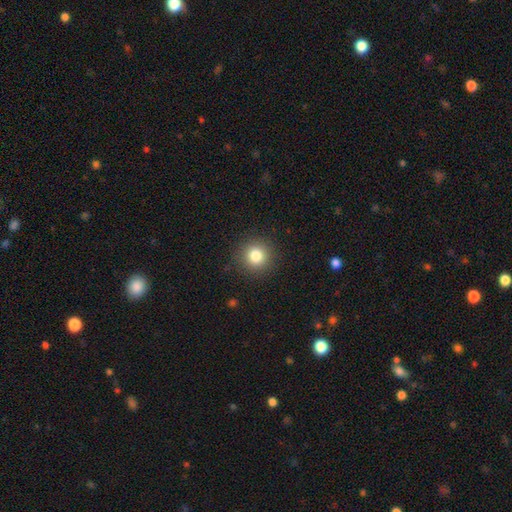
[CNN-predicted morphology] Q: Smooth or featured?
A: smooth (82%); runner-up: star or artifact (11%)
Q: How rounded?
A: round (94%); runner-up: in between (5%)
Q: Merging?
A: none (90%); runner-up: minor disturbance (6%)